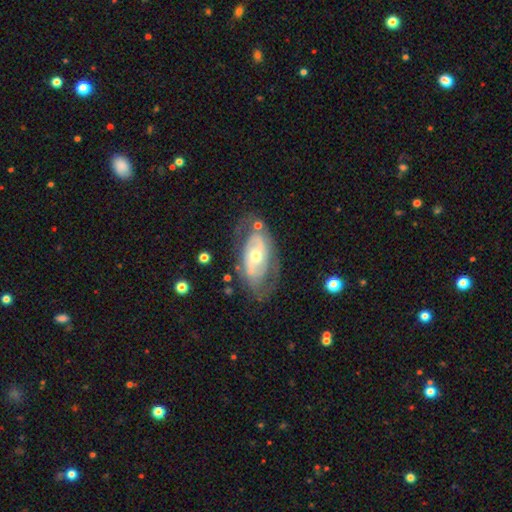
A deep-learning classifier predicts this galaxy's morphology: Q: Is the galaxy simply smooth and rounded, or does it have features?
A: featured or disk — 74%.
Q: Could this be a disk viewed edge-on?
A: no — 92%.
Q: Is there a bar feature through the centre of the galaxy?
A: no — 67%.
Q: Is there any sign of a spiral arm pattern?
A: yes — 64%.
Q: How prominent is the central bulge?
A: moderate — 60%.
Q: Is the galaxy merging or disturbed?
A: none — 65%.